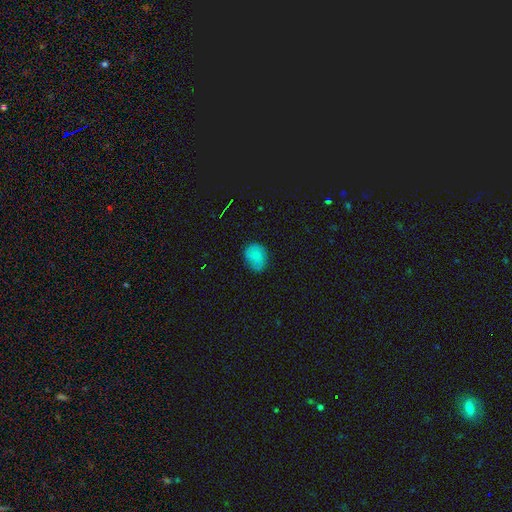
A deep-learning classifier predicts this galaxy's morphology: Overall: smooth (80%). How rounded: in between (61%; round 38%). Merging: none (68%).